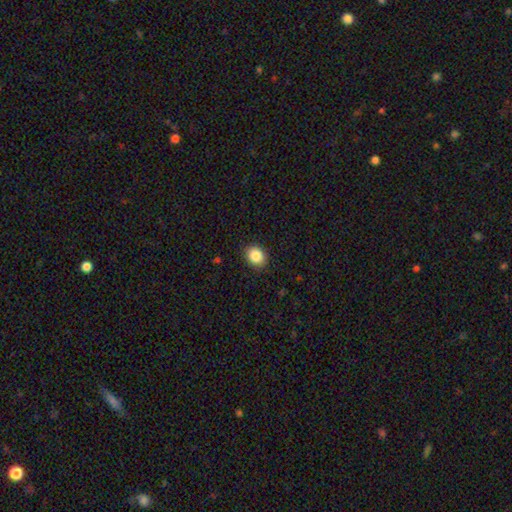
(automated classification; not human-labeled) This appears to be a smooth galaxy with no disk features (87%) that is round (61%). Merging: none (89%).